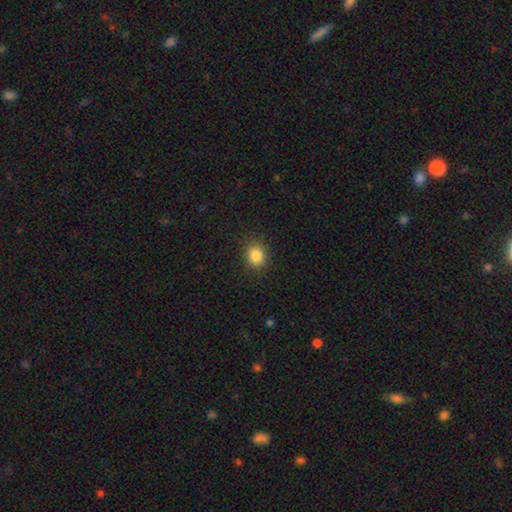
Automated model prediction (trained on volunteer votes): Smooth or featured?
  - smooth: 84% *
  - star or artifact: 11%
  - featured or disk: 5%
How rounded?
  - round: 71% *
  - in between: 28%
  - cigar-shaped: 1%
Merging?
  - none: 89% *
  - minor disturbance: 7%
  - major disturbance: 2%
  - merger: 1%